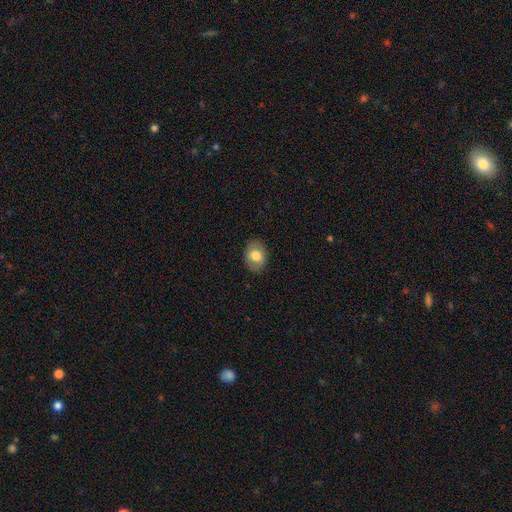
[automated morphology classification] Smooth or featured? smooth (76%)
How rounded? in between (64%)
Merging? none (87%)